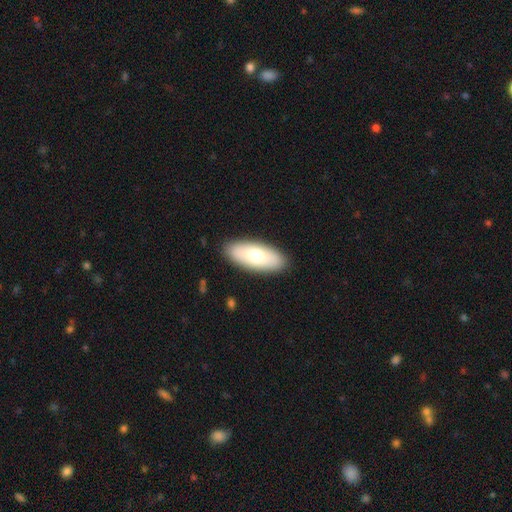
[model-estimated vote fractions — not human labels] A smooth galaxy with no disk features (72%) that is in between round and cigar-shaped (82%).

Vote fractions:
- Smooth or featured? smooth: 72% / featured or disk: 22% / star or artifact: 5%
- How rounded? in between: 82% / cigar-shaped: 16% / round: 2%
- Merging? none: 89% / minor disturbance: 8% / major disturbance: 2% / merger: 1%